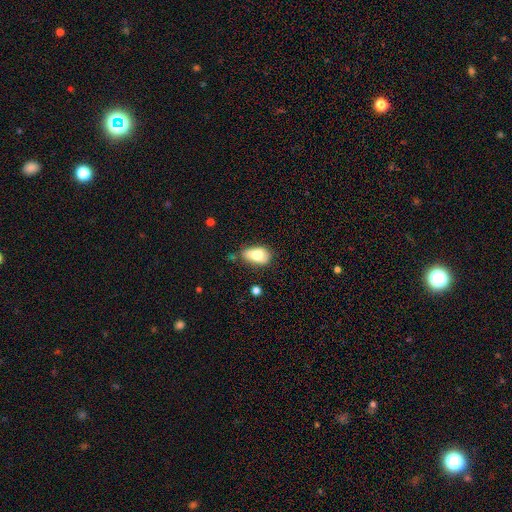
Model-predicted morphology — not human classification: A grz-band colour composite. It shows a smooth galaxy with no disk features (73%) that is in between round and cigar-shaped (88%). Merging: minor disturbance (39%, tied with none).